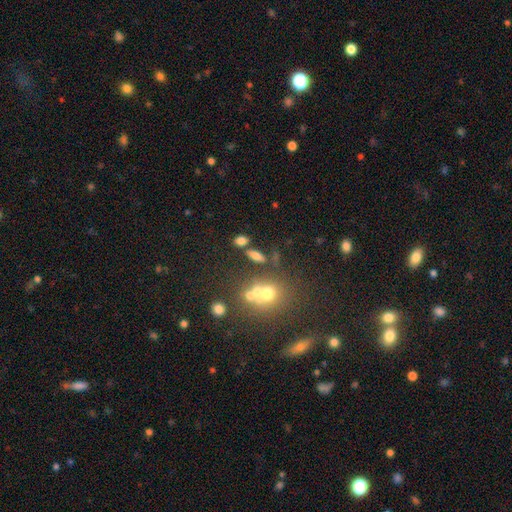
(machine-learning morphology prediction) smooth_or_featured: smooth (p=0.66) [alt: featured or disk p=0.20]
how_rounded: in between (p=0.63) [alt: cigar-shaped p=0.28]
merging: none (p=0.64) [alt: merger p=0.17]